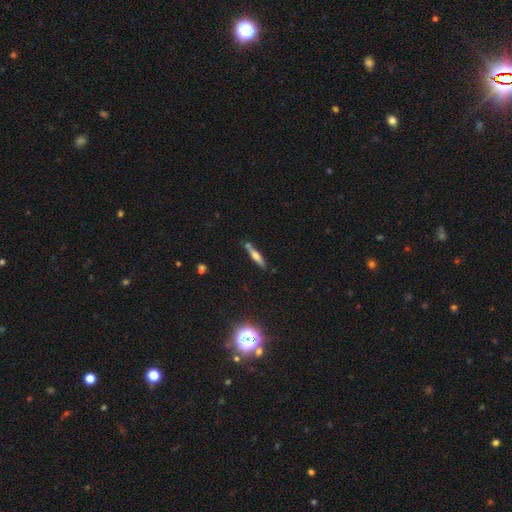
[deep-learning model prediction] The model was most divided on "smooth or featured": featured or disk: 49%, smooth: 42%, star or artifact: 9%. More confident: merging — none (77%).